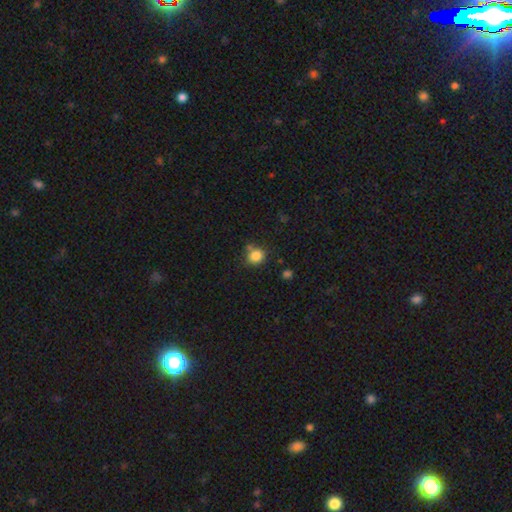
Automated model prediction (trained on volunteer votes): This is clearly a smooth galaxy (83%). How rounded: clearly round (85%). Merging: likely none (70%).